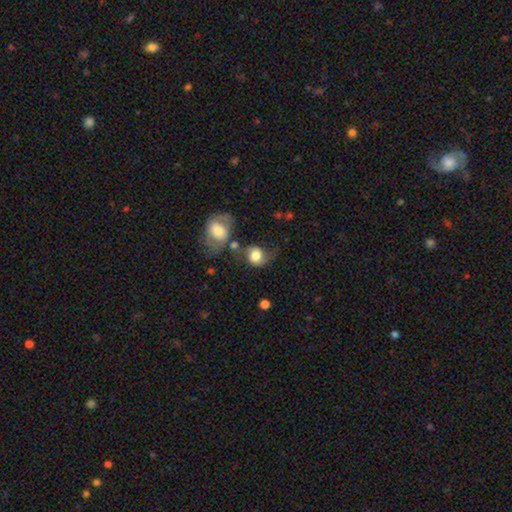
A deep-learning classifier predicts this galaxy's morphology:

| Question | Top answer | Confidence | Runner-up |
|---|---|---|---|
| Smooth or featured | smooth | 69% | featured or disk (24%) |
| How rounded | round | 65% | in between (34%) |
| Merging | none | 38% | minor disturbance (25%) |